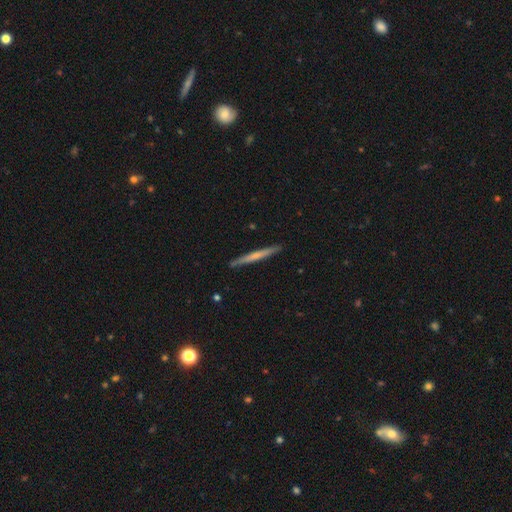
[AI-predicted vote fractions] Smooth or featured? Predicted: smooth (p=0.47, tied with featured or disk). Merging? Predicted: none (p=0.91).